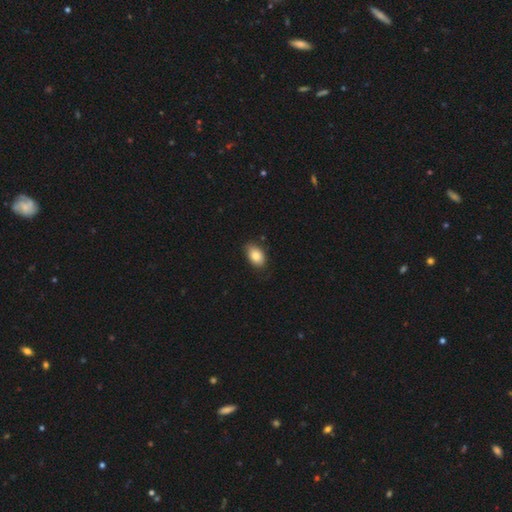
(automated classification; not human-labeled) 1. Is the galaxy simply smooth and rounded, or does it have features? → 84% smooth, 8% featured or disk, 8% star or artifact.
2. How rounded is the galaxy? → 89% in between, 10% round, 1% cigar-shaped.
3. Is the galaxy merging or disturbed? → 80% none, 16% minor disturbance, 2% major disturbance, 1% merger.